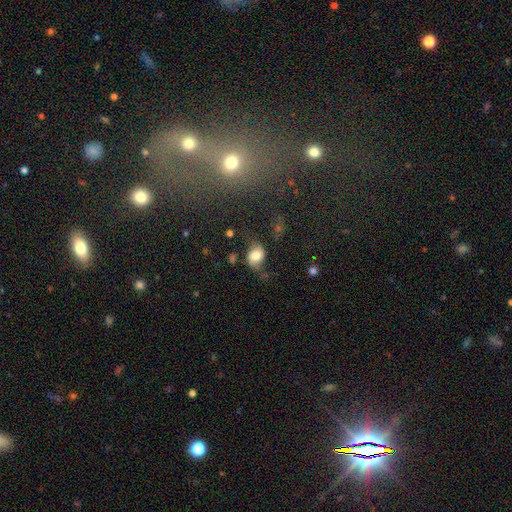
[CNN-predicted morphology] Smooth or featured?
  - smooth: 63% *
  - featured or disk: 27%
  - star or artifact: 10%
How rounded?
  - in between: 60% *
  - round: 38%
  - cigar-shaped: 1%
Merging?
  - none: 52% *
  - minor disturbance: 29%
  - major disturbance: 15%
  - merger: 5%